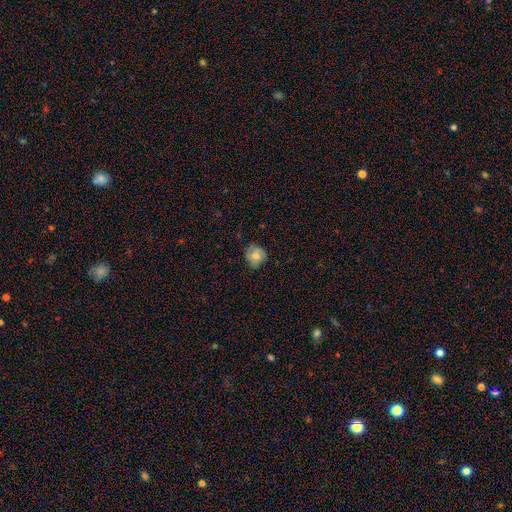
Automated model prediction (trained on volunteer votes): A smooth galaxy with no disk features (67%) that is round (79%).

Vote fractions:
- Smooth or featured? smooth: 67% / featured or disk: 23% / star or artifact: 10%
- How rounded? round: 79% / in between: 20% / cigar-shaped: 1%
- Merging? none: 70% / minor disturbance: 23% / major disturbance: 6% / merger: 1%